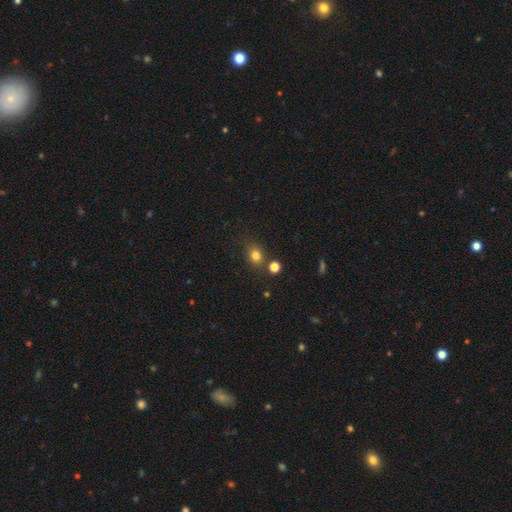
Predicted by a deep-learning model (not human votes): Smooth or featured? smooth (78%)
How rounded? round (63%)
Merging? none (73%)